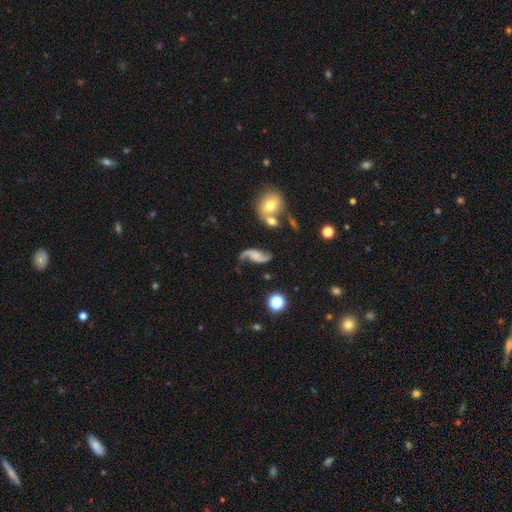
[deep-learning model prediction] Overall: featured or disk (84%). Edge-on disk: no (97%). Bar: no (60%; weak 31%). Spiral arms: yes (96%). Spiral arm count: 2 (92%). Spiral winding: loose (85%). Bulge size: none (49%; small 25%). Merging: none (63%).